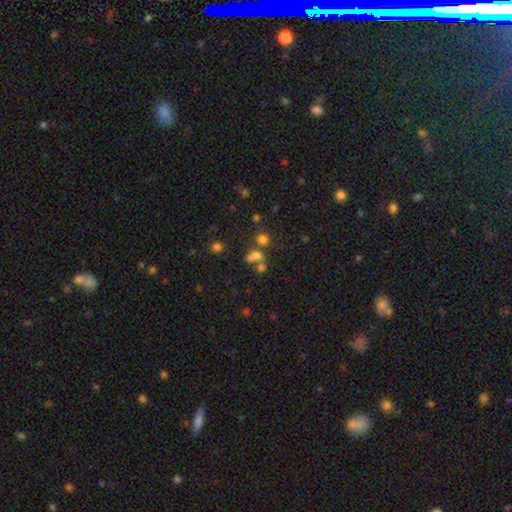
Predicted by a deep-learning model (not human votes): smooth_or_featured: smooth (p=0.60) [alt: star or artifact p=0.26]
how_rounded: round (p=0.68) [alt: in between p=0.31]
merging: merger (p=0.43) [alt: none p=0.41]